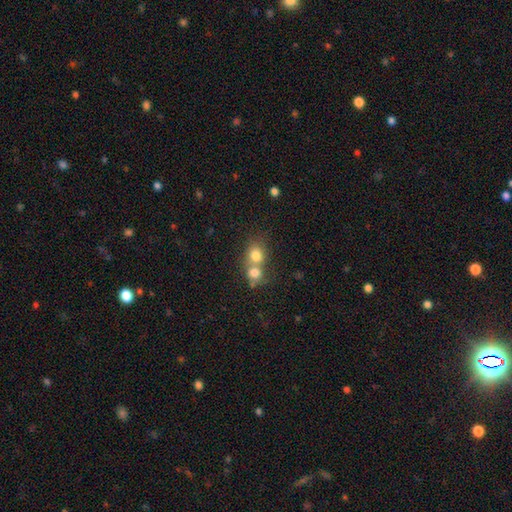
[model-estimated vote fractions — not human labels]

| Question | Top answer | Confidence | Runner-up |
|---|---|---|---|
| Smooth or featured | smooth | 77% | featured or disk (12%) |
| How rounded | round | 76% | in between (23%) |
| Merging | merger | 62% | none (30%) |